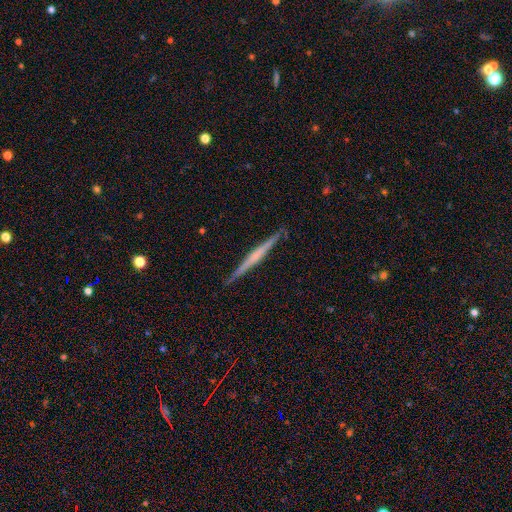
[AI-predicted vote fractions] A featured or disk galaxy (67%) viewed edge-on (98%) with no central bulge (57%). Merging: none (91%).